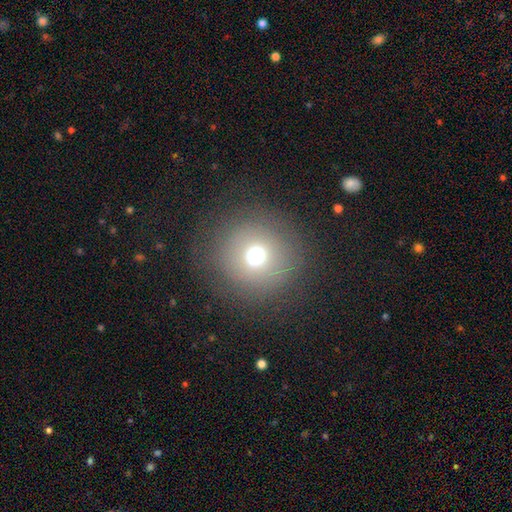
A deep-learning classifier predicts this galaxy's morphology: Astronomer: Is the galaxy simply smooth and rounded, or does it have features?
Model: smooth — 66%.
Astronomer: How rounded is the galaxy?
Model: round — 94%.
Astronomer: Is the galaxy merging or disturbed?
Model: none — 85%.